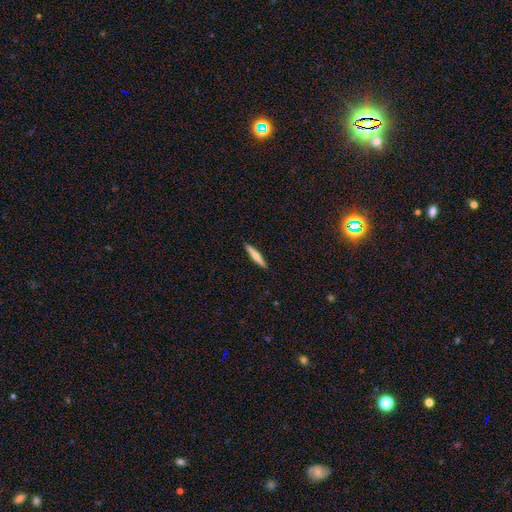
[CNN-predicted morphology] smooth_or_featured: smooth (p=0.58) [alt: featured or disk p=0.36]
how_rounded: cigar-shaped (p=0.93) [alt: in between p=0.06]
merging: none (p=0.91) [alt: minor disturbance p=0.06]